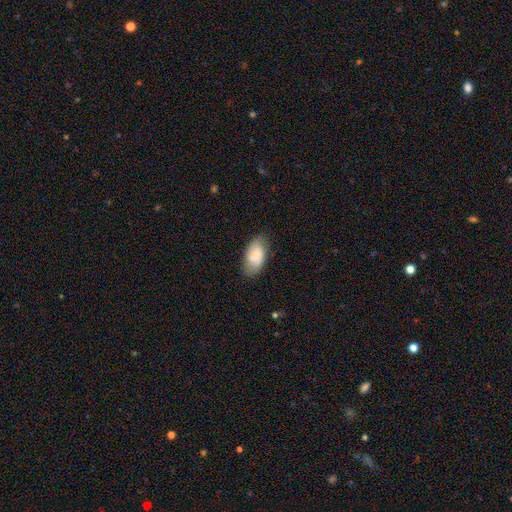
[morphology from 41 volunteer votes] smooth-or-featured: smooth: 76% | featured or disk: 20% | star or artifact: 5%
  how-rounded: in between: 94% | round: 6% | cigar-shaped: 0%
  merging: none: 74% | minor disturbance: 26% | major disturbance: 0% | merger: 0%